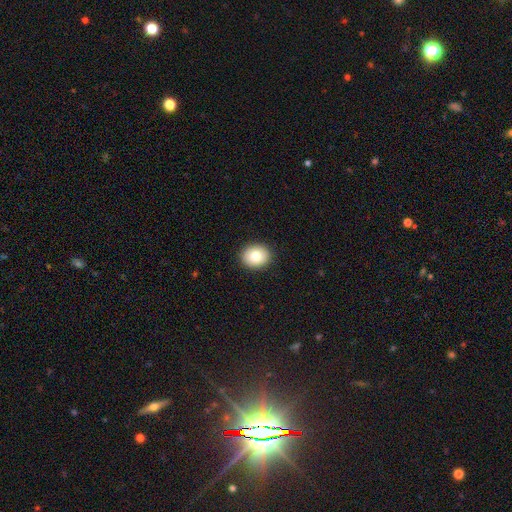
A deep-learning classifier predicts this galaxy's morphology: Smooth or featured? Predicted: smooth (p=0.80). How rounded? Predicted: round (p=0.59). Merging? Predicted: none (p=0.91).